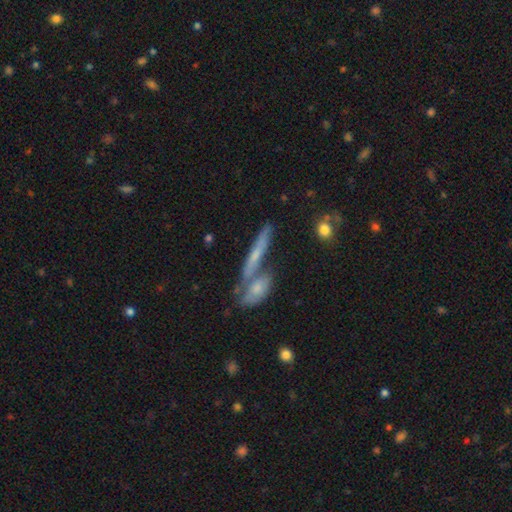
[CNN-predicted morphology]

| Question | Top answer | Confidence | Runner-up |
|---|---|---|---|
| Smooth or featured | featured or disk | 53% | smooth (32%) |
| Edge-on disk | yes | 66% | no (34%) |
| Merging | none | 44% | merger (39%) |